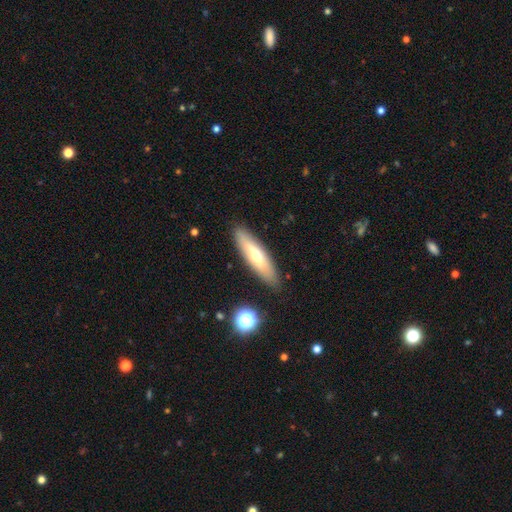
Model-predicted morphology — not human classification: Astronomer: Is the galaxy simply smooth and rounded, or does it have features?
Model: smooth — 54% (runner-up: featured or disk, 39%).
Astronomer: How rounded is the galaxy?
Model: cigar-shaped — 68%.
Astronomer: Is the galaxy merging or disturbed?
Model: none — 87%.